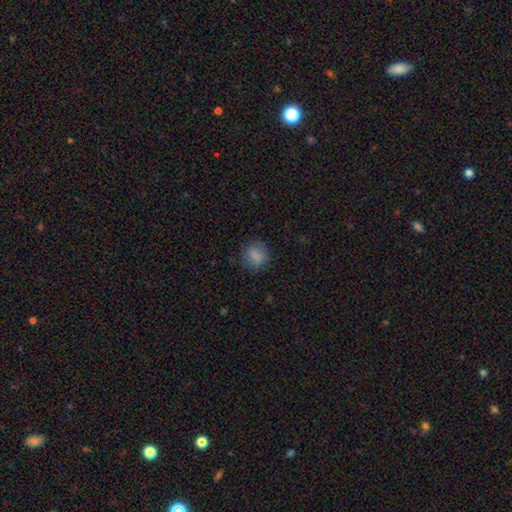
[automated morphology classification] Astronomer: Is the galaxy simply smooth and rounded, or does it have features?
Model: smooth — 82%.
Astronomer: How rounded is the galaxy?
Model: round — 76%.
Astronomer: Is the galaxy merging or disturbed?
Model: none — 81%.